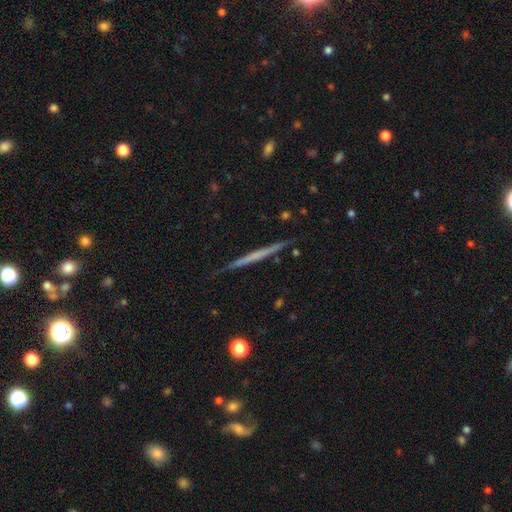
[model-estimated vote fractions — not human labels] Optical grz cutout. It shows a featured or disk galaxy (59%) viewed edge-on (98%) with no central bulge (87%). Merging: none (90%).